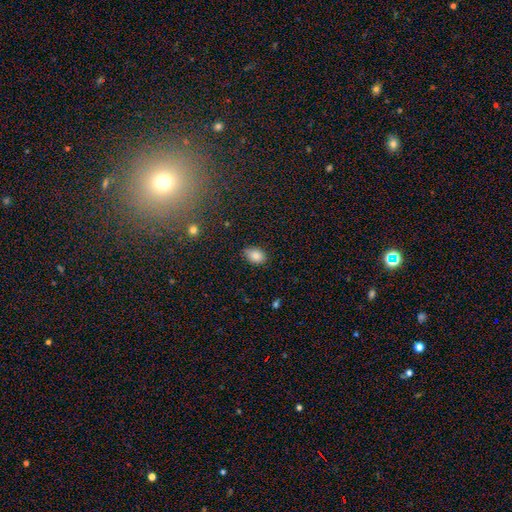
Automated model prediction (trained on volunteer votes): smooth_or_featured: smooth (p=0.84) [alt: star or artifact p=0.09]
how_rounded: in between (p=0.75) [alt: round p=0.23]
merging: none (p=0.77) [alt: minor disturbance p=0.19]